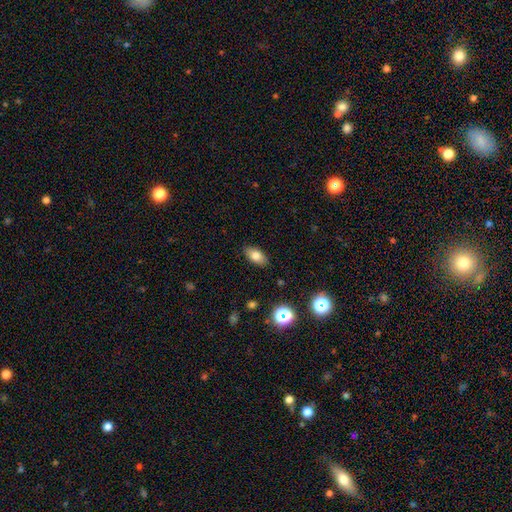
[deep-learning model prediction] smooth-or-featured: smooth: 79% | featured or disk: 11% | star or artifact: 10%
  how-rounded: in between: 89% | round: 7% | cigar-shaped: 5%
  merging: none: 87% | minor disturbance: 10% | major disturbance: 2% | merger: 1%